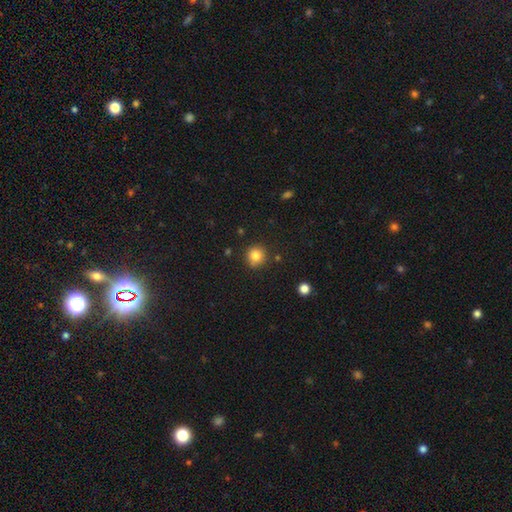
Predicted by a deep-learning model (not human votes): Smooth or featured? Predicted: smooth (p=0.83). How rounded? Predicted: round (p=0.91). Merging? Predicted: none (p=0.86).